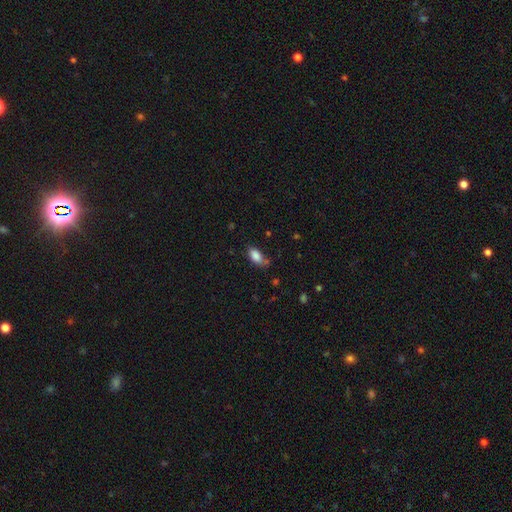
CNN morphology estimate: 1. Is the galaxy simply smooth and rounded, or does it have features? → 85% smooth, 8% star or artifact, 7% featured or disk.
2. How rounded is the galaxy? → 91% in between, 5% cigar-shaped, 4% round.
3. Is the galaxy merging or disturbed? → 59% none, 29% minor disturbance, 8% major disturbance, 5% merger.